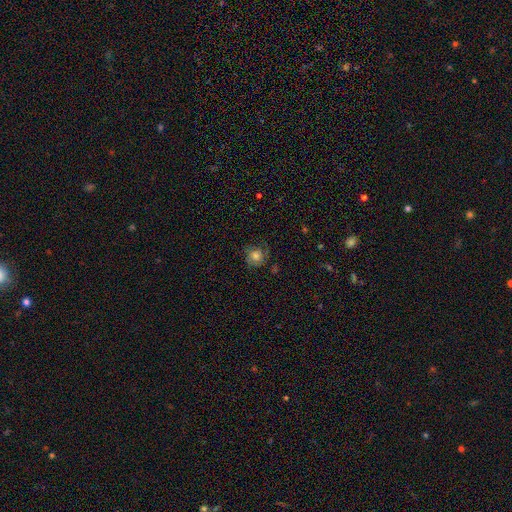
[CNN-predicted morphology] Overall: smooth (53%; featured or disk 36%). How rounded: round (86%). Merging: none (68%).